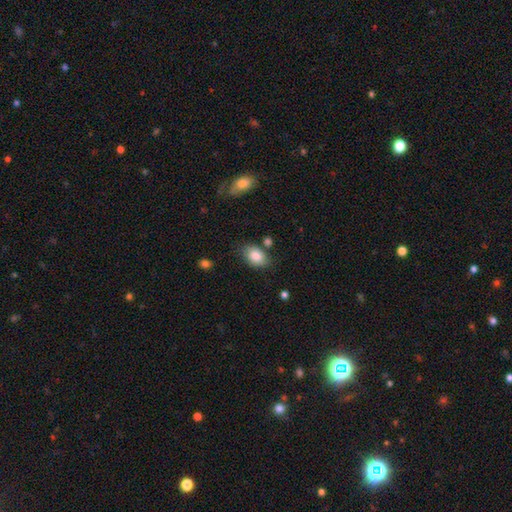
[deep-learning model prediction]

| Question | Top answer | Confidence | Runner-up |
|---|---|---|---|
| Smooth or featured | smooth | 84% | featured or disk (9%) |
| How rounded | in between | 84% | round (15%) |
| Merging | none | 70% | minor disturbance (19%) |